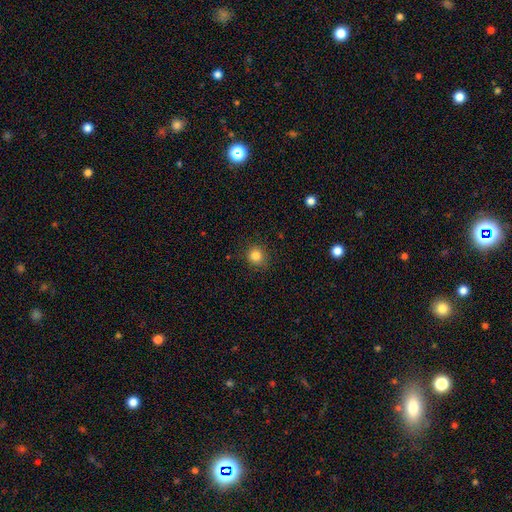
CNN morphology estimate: smooth 83%, star or artifact 11%, featured or disk 5%. Down the decision tree: how rounded — round (89%); merging — none (87%).